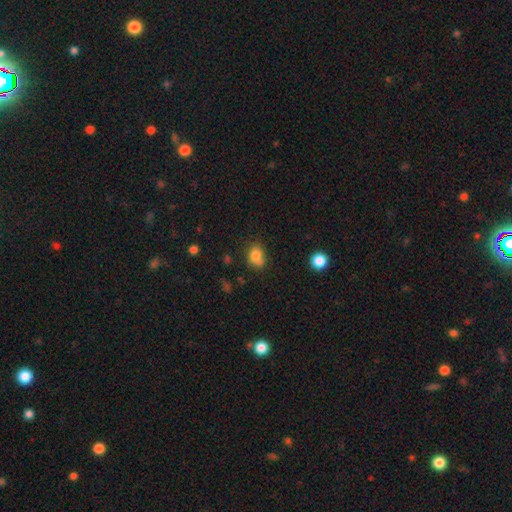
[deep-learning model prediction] Overall: smooth (80%). How rounded: in between (51%; round 48%). Merging: none (58%; minor disturbance 26%).